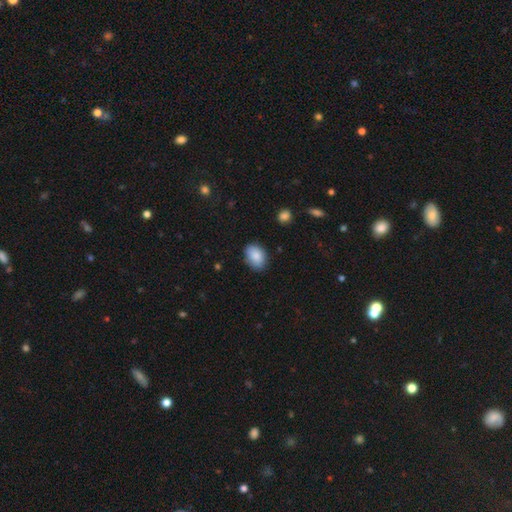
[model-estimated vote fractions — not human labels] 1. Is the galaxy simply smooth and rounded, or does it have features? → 86% smooth, 7% star or artifact, 6% featured or disk.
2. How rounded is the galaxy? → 78% in between, 21% round, 1% cigar-shaped.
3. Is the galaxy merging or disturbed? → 78% none, 18% minor disturbance, 3% major disturbance, 1% merger.